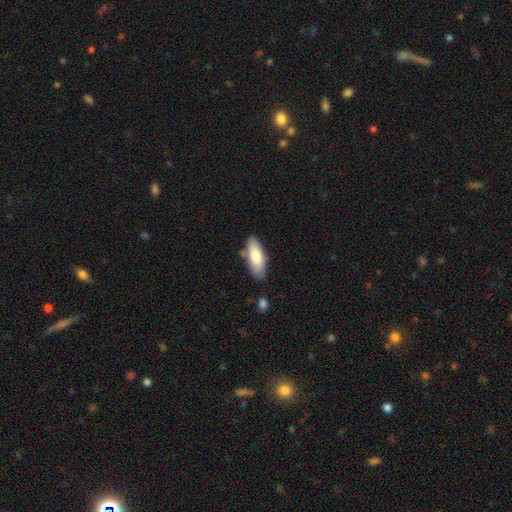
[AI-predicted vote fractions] Smooth or featured? Predicted: smooth (p=0.75). How rounded? Predicted: in between (p=0.72). Merging? Predicted: none (p=0.76).